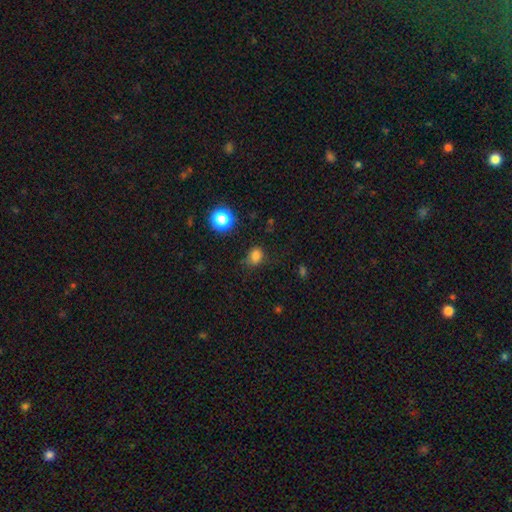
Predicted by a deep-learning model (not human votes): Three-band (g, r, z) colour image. It shows a smooth galaxy with no disk features (78%) that is round (51%). Merging: none (66%).